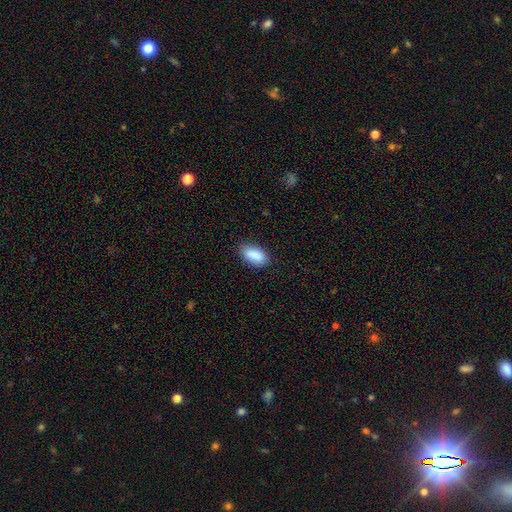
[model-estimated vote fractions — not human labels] This appears to be a smooth galaxy with no disk features (89%) that is in between round and cigar-shaped (90%). Merging: none (82%).